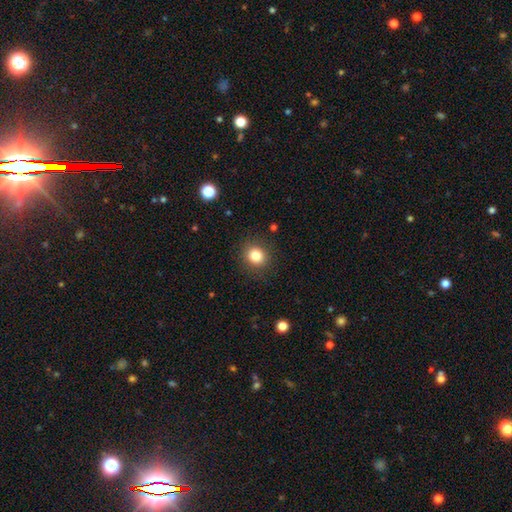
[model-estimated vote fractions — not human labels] smooth-or-featured: smooth: 82% | star or artifact: 11% | featured or disk: 6%
  how-rounded: round: 82% | in between: 17% | cigar-shaped: 1%
  merging: none: 88% | minor disturbance: 8% | major disturbance: 3% | merger: 1%